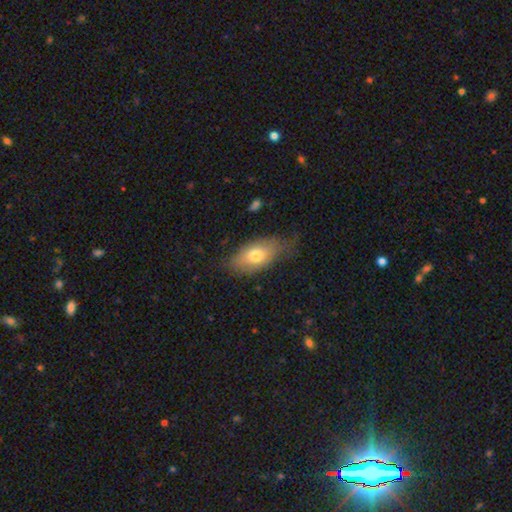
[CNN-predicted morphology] Smooth or featured: smooth — 71% (featured or disk — 22%)
How rounded: in between — 89% (round — 6%)
Merging: none — 59% (minor disturbance — 28%)